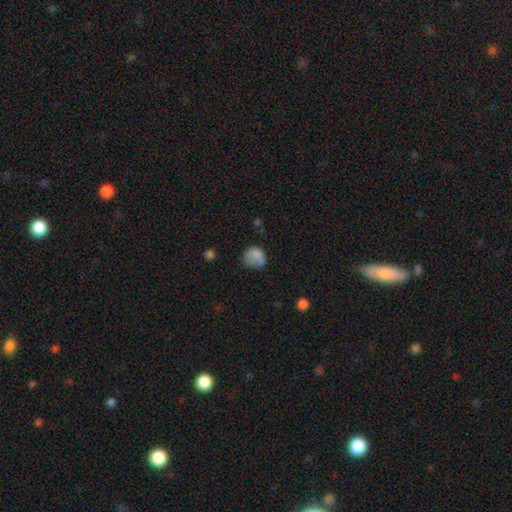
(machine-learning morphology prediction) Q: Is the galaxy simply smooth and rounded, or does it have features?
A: smooth — 78%.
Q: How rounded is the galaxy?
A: round — 63%.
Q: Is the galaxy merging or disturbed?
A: none — 44%.